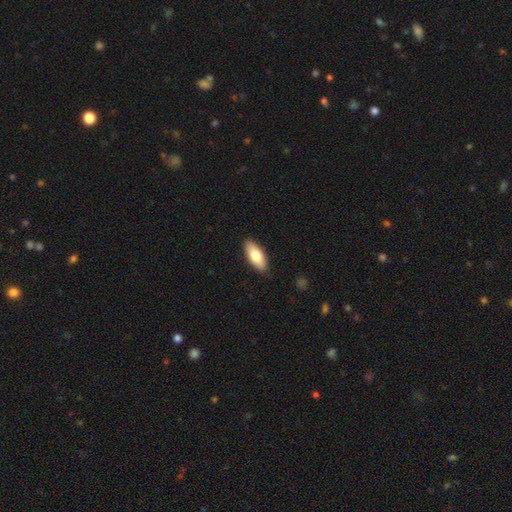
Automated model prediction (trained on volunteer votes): A smooth galaxy with no disk features (75%) that is in between round and cigar-shaped (82%).

Vote fractions:
- Smooth or featured? smooth: 75% / featured or disk: 19% / star or artifact: 6%
- How rounded? in between: 82% / cigar-shaped: 16% / round: 2%
- Merging? none: 88% / minor disturbance: 9% / major disturbance: 2% / merger: 1%